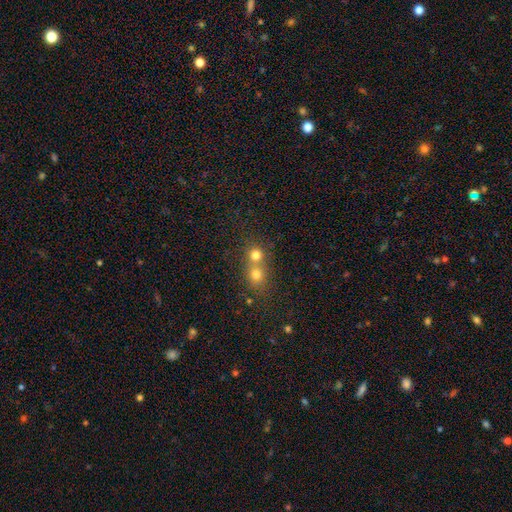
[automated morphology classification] Overall: smooth (74%). How rounded: round (86%). Merging: merger (56%; none 37%).